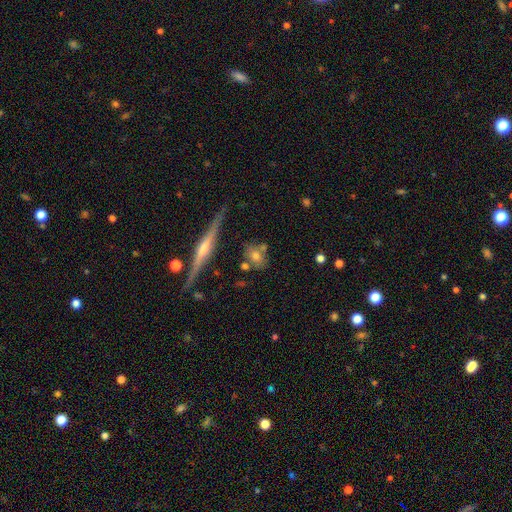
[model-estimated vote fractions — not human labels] A smooth galaxy with no disk features (61%) that is in between round and cigar-shaped (48%).

Vote fractions:
- Smooth or featured? smooth: 61% / featured or disk: 28% / star or artifact: 11%
- How rounded? in between: 48% / round: 43% / cigar-shaped: 9%
- Merging? none: 69% / minor disturbance: 16% / merger: 10% / major disturbance: 5%